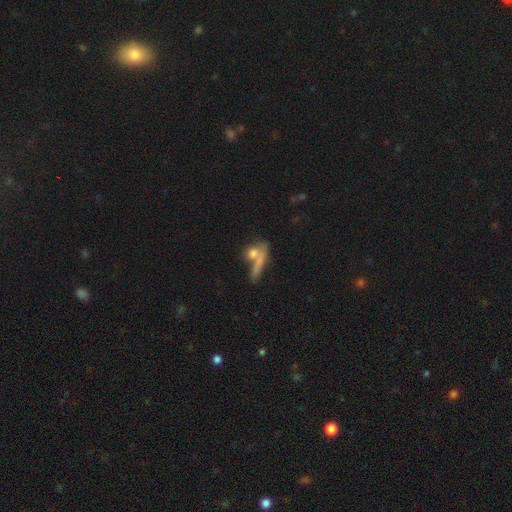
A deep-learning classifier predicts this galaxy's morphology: Smooth or featured?
  - smooth: 68% *
  - featured or disk: 22%
  - star or artifact: 10%
How rounded?
  - round: 36% *
  - cigar-shaped: 33%
  - in between: 31%
Merging?
  - none: 45% *
  - merger: 36%
  - minor disturbance: 11%
  - major disturbance: 8%